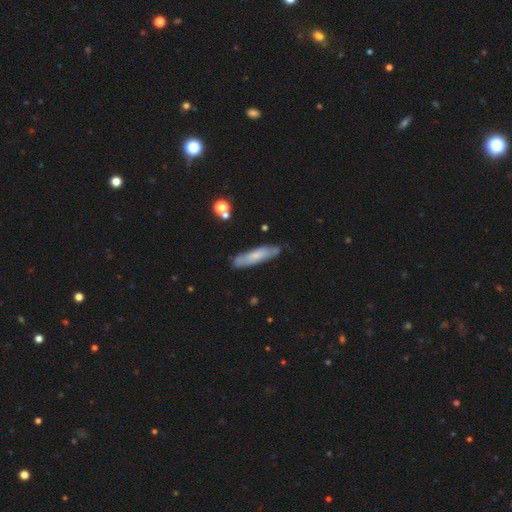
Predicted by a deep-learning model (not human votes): Smooth or featured: smooth — 55% (featured or disk — 39%)
How rounded: cigar-shaped — 77% (in between — 21%)
Merging: none — 75% (minor disturbance — 18%)